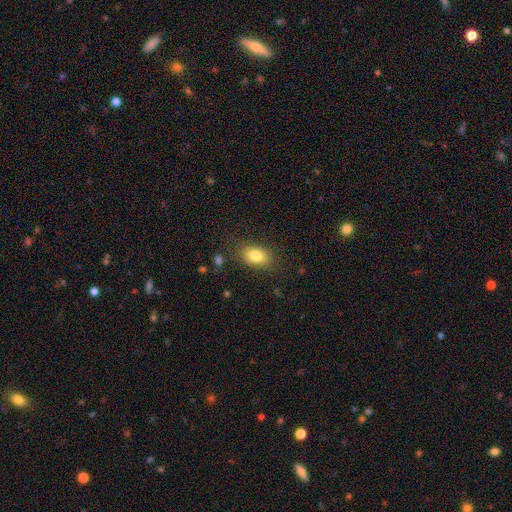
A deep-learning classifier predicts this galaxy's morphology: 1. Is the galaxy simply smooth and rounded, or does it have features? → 82% smooth, 9% featured or disk, 9% star or artifact.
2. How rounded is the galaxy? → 85% in between, 13% round, 2% cigar-shaped.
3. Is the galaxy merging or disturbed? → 83% none, 12% minor disturbance, 4% major disturbance, 2% merger.